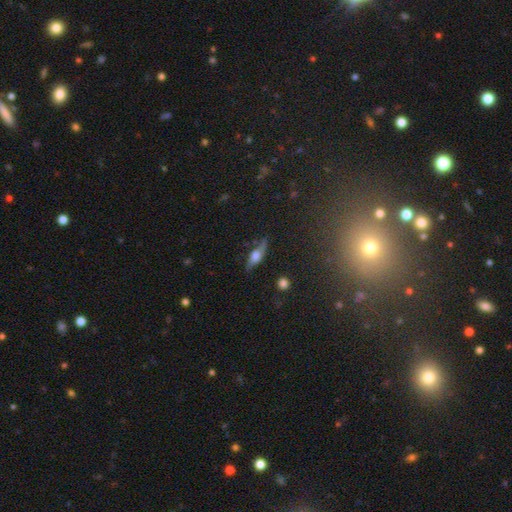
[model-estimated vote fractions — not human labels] A smooth galaxy with no disk features (48%). Merging: none (70%).